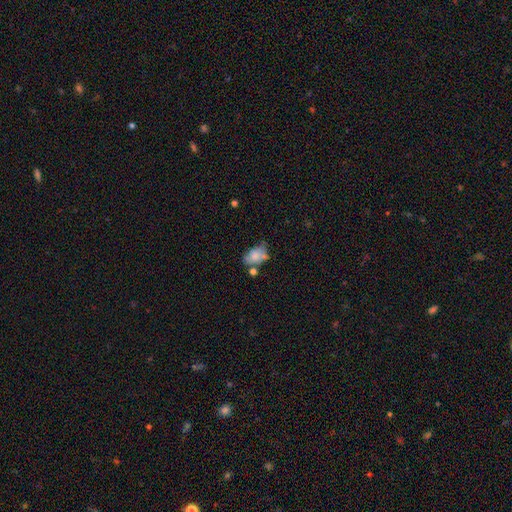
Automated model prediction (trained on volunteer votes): smooth_or_featured: smooth (p=0.70) [alt: featured or disk p=0.21]
how_rounded: in between (p=0.87) [alt: round p=0.12]
merging: none (p=0.37) [alt: minor disturbance p=0.30]